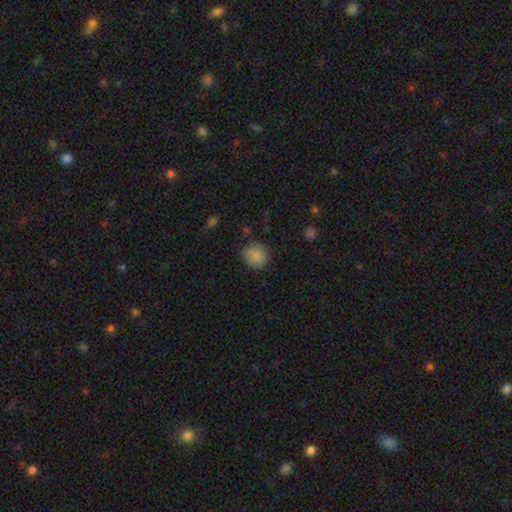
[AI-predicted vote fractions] smooth-or-featured: smooth: 86% | star or artifact: 9% | featured or disk: 6%
  how-rounded: round: 91% | in between: 8% | cigar-shaped: 1%
  merging: none: 82% | minor disturbance: 14% | major disturbance: 3% | merger: 1%